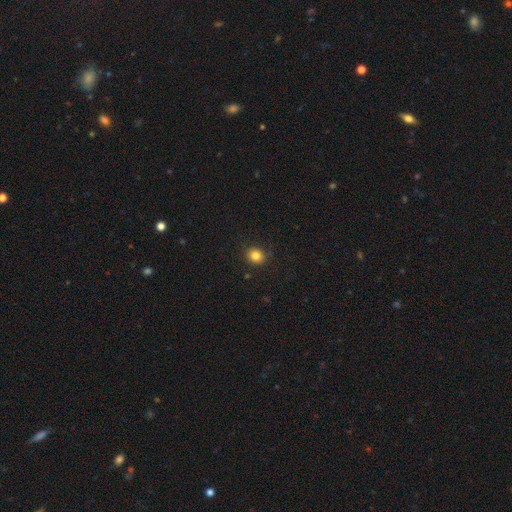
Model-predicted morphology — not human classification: Q: Smooth or featured?
A: smooth (83%); runner-up: star or artifact (12%)
Q: How rounded?
A: round (77%); runner-up: in between (22%)
Q: Merging?
A: none (89%); runner-up: minor disturbance (8%)